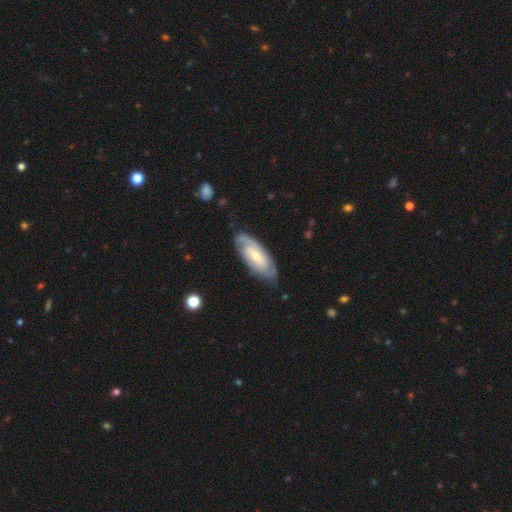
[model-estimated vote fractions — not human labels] Smooth or featured?
  - featured or disk: 74% *
  - smooth: 22%
  - star or artifact: 5%
Edge-on disk?
  - no: 91% *
  - yes: 9%
Bar?
  - no: 53% *
  - weak: 34%
  - strong: 13%
Spiral arms?
  - yes: 90% *
  - no: 10%
Spiral winding?
  - tight: 61% *
  - medium: 30%
  - loose: 9%
Spiral arm count?
  - 2: 54% *
  - can't tell: 30%
  - 1: 7%
  - 3: 5%
  - 4: 2%
  - more than 4: 2%
Bulge size?
  - small: 60% *
  - moderate: 35%
  - large: 2%
  - none: 2%
  - dominant: 1%
Merging?
  - none: 73% *
  - minor disturbance: 20%
  - major disturbance: 6%
  - merger: 1%